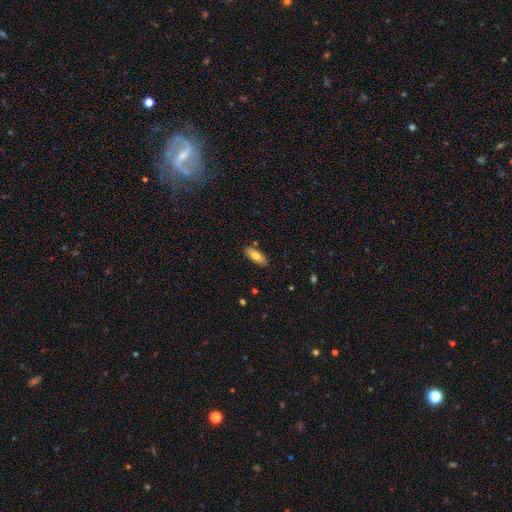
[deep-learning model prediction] Smooth or featured?
  - smooth: 75% *
  - featured or disk: 18%
  - star or artifact: 7%
How rounded?
  - in between: 74% *
  - cigar-shaped: 24%
  - round: 2%
Merging?
  - none: 86% *
  - minor disturbance: 10%
  - merger: 2%
  - major disturbance: 2%